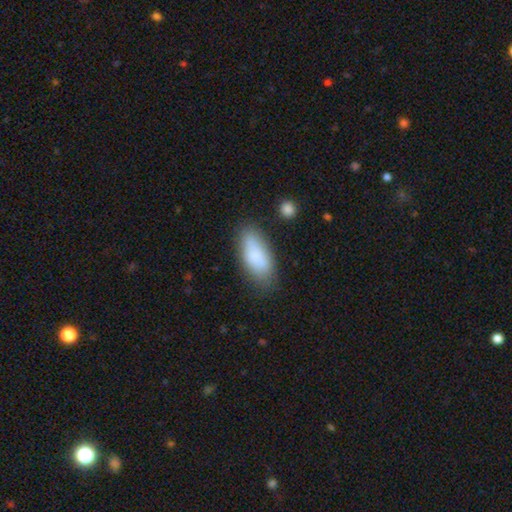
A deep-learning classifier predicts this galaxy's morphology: The model was most divided on "merging": none: 73%, minor disturbance: 19%, major disturbance: 5%, merger: 3%. More confident: smooth or featured — smooth (84%); how rounded — in between (82%).